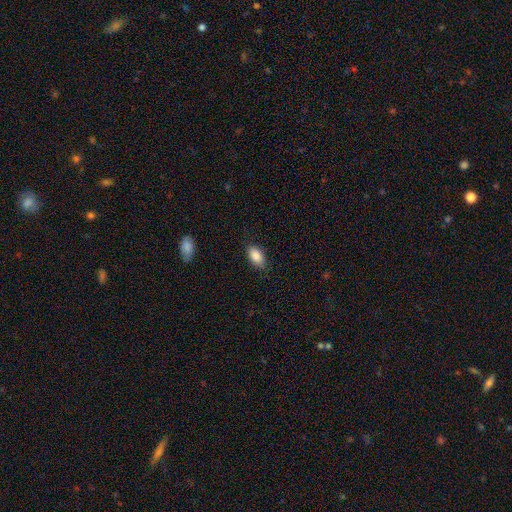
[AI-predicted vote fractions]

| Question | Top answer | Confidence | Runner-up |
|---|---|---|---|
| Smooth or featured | smooth | 87% | star or artifact (7%) |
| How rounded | in between | 92% | round (5%) |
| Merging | none | 83% | minor disturbance (13%) |